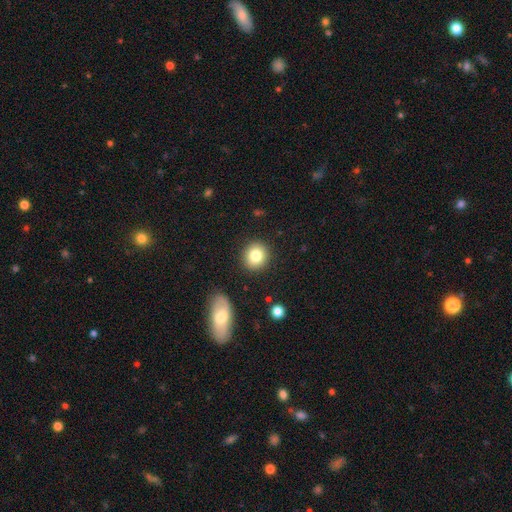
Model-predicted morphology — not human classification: Overall: smooth (82%). How rounded: round (82%). Merging: none (89%).